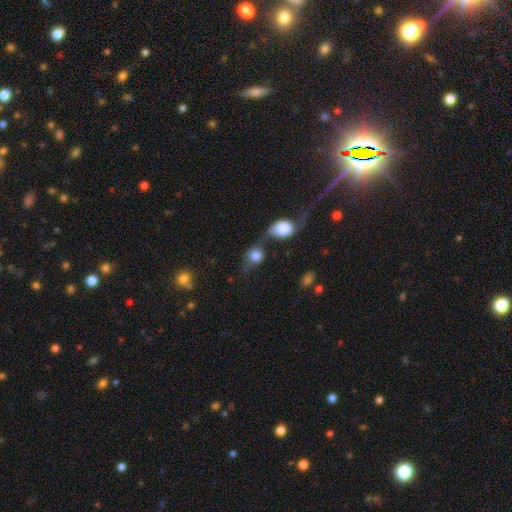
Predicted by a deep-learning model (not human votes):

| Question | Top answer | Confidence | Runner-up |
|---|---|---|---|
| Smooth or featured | smooth | 71% | featured or disk (19%) |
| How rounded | round | 64% | in between (34%) |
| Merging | merger | 60% | none (18%) |